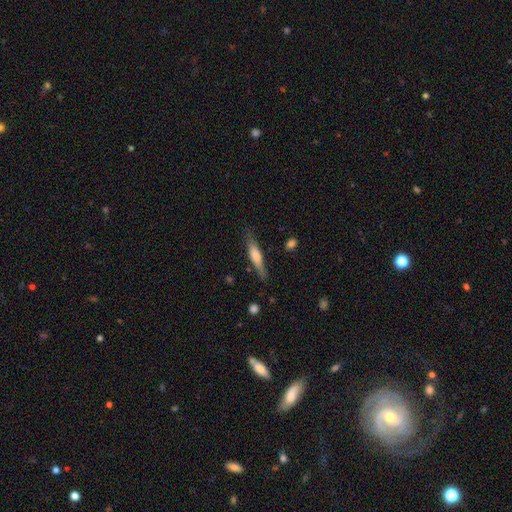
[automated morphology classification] Q: Smooth or featured?
A: smooth (55%); runner-up: featured or disk (39%)
Q: How rounded?
A: cigar-shaped (81%); runner-up: in between (17%)
Q: Merging?
A: none (78%); runner-up: minor disturbance (16%)